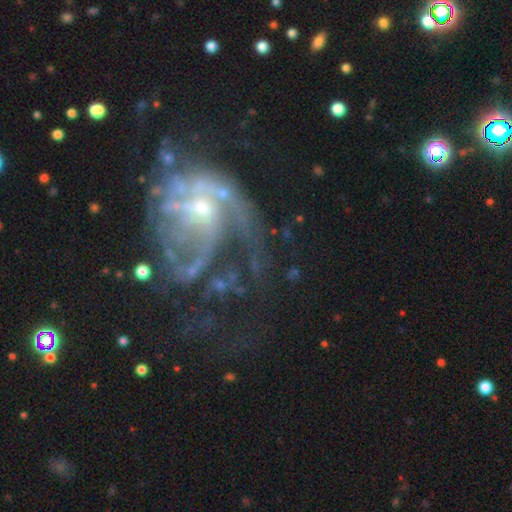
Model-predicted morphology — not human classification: This is likely a featured or disk galaxy (80%). It is clearly not viewed edge-on (97%). Bar: likely no (64%). Spiral arm pattern: likely yes (80%). Spiral arm count: marginally can't tell (36%). Spiral winding: marginally medium (39%). Central bulge: likely small (62%). Merging: possibly major disturbance (46%).